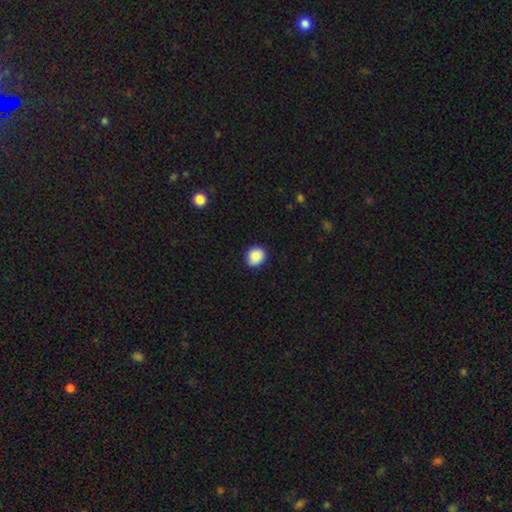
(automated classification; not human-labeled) This is clearly a smooth galaxy (89%). How rounded: likely round (75%). Merging: clearly none (87%).